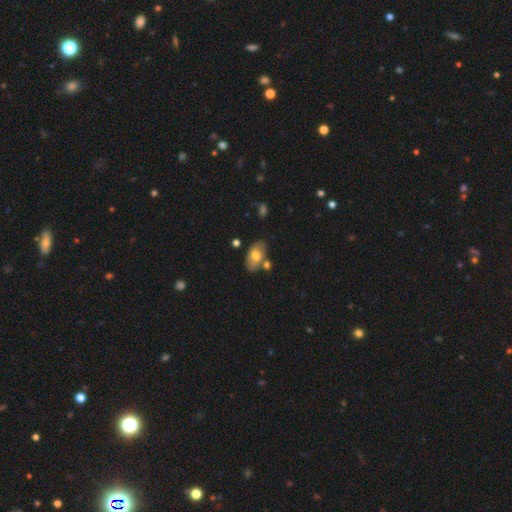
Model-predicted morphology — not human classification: Q: Smooth or featured?
A: smooth (67%); runner-up: featured or disk (26%)
Q: How rounded?
A: in between (92%); runner-up: round (6%)
Q: Merging?
A: none (68%); runner-up: minor disturbance (15%)